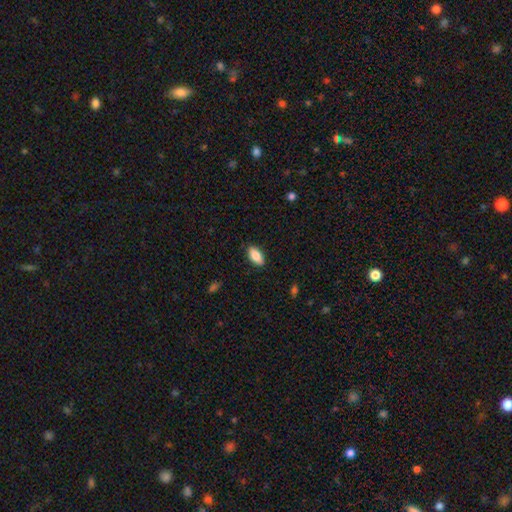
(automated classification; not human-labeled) Morphology: type=smooth (85%); roundness=in between (89%); merging=none (88%).